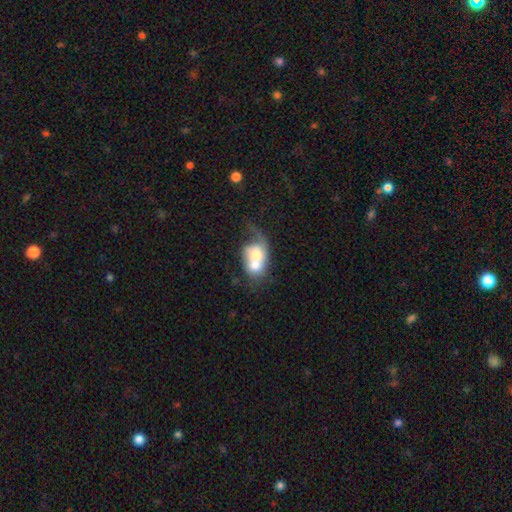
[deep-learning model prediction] This appears to be a smooth galaxy with no disk features (53%) that is in between round and cigar-shaped (62%). Merging: merger (70%).